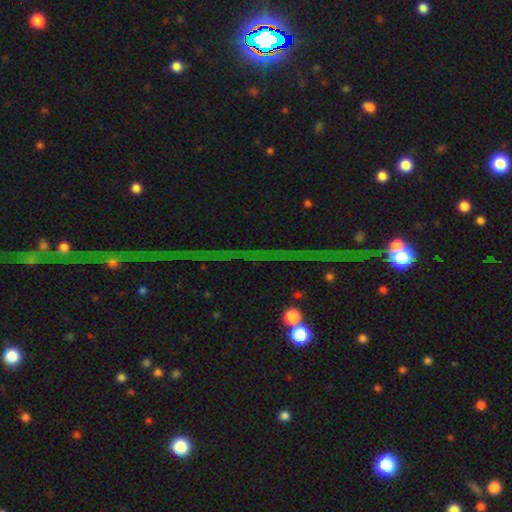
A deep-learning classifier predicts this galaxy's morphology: This appears to be a star or artifact, not a galaxy (74%).